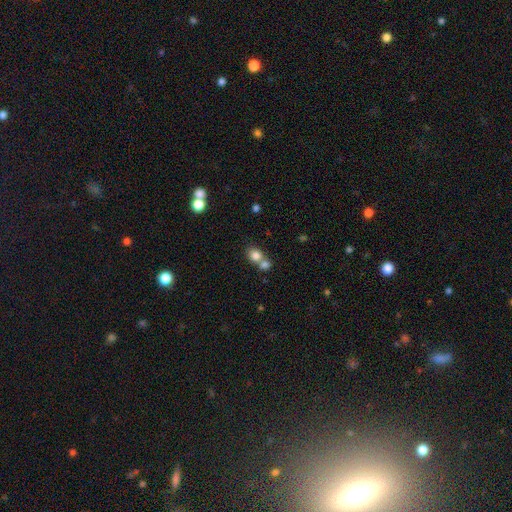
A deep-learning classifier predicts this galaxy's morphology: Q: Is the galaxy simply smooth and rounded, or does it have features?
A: smooth — 80%.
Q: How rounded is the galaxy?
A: round — 68%.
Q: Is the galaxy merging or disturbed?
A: merger — 51%.